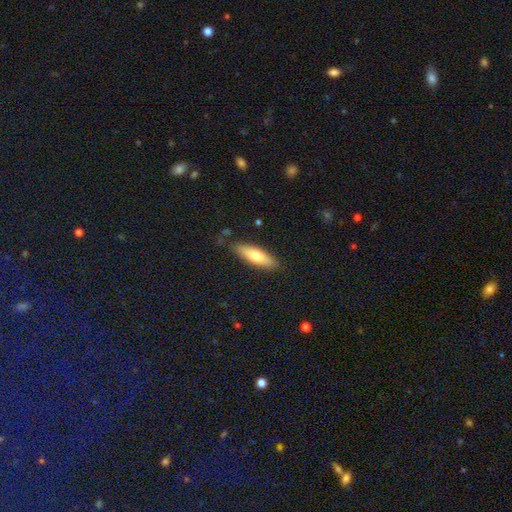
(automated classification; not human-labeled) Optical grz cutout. It shows a smooth galaxy with no disk features (67%) that is cigar-shaped (55%). Merging: none (84%).